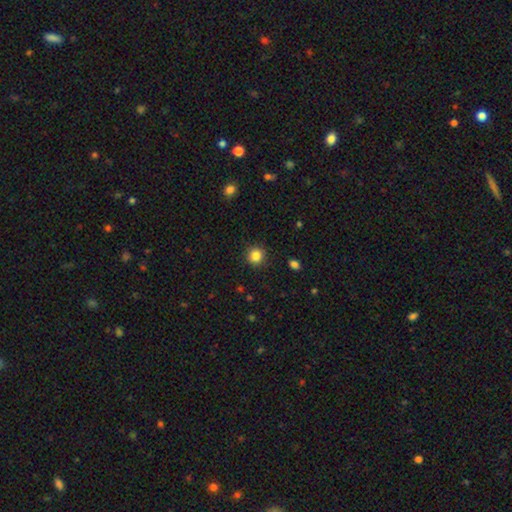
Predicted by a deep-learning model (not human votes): Overall: smooth (85%). How rounded: round (92%). Merging: none (91%).